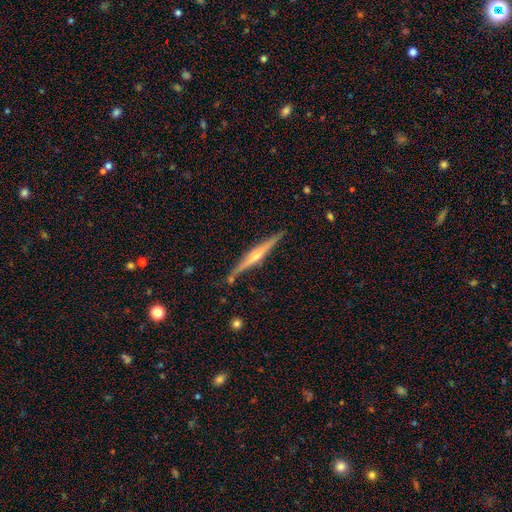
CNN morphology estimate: Overall: featured or disk (71%). Edge-on disk: yes (97%). Edge-on bulge: rounded (68%). Merging: none (83%).